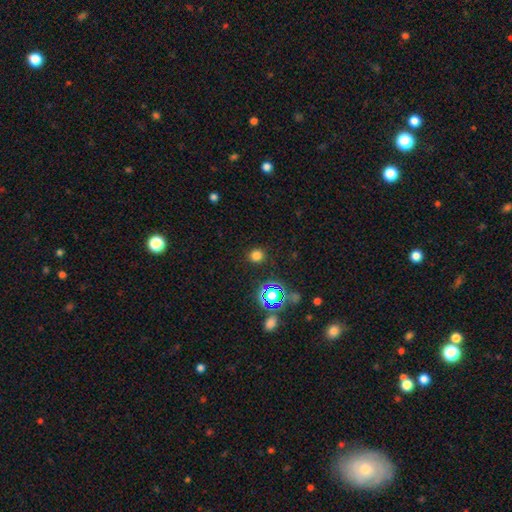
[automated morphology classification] A smooth galaxy with no disk features (75%) that is round (90%).

Vote fractions:
- Smooth or featured? smooth: 75% / star or artifact: 21% / featured or disk: 5%
- How rounded? round: 90% / in between: 9% / cigar-shaped: 1%
- Merging? none: 89% / minor disturbance: 6% / major disturbance: 3% / merger: 2%